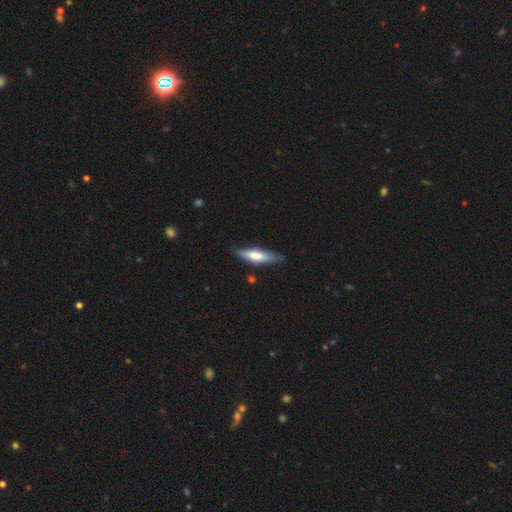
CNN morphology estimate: Smooth or featured: smooth — 63% (featured or disk — 32%)
How rounded: cigar-shaped — 65% (in between — 34%)
Merging: none — 79% (minor disturbance — 17%)